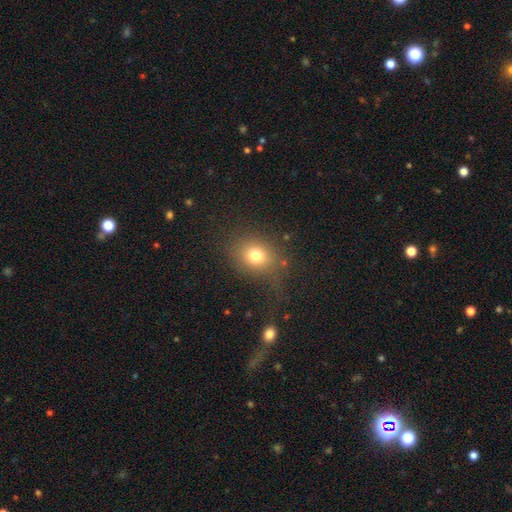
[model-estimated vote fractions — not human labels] Overall: smooth (76%). How rounded: round (59%; in between 40%). Merging: none (72%).